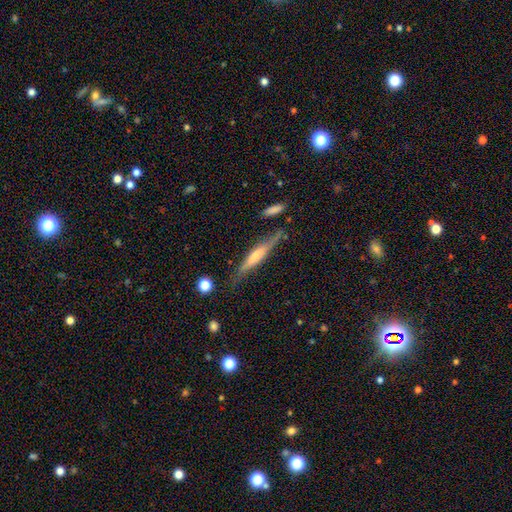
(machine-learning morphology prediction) This appears to be a featured or disk galaxy (54%) viewed edge-on (92%). Merging: none (74%).